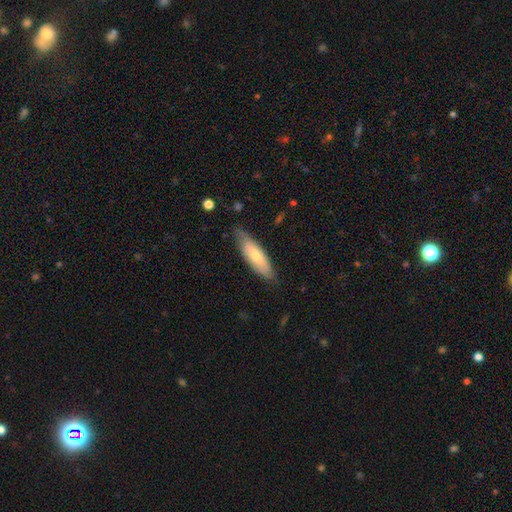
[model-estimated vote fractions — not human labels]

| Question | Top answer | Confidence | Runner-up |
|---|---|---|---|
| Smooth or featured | smooth | 66% | featured or disk (29%) |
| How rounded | in between | 54% | cigar-shaped (45%) |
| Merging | none | 70% | minor disturbance (24%) |